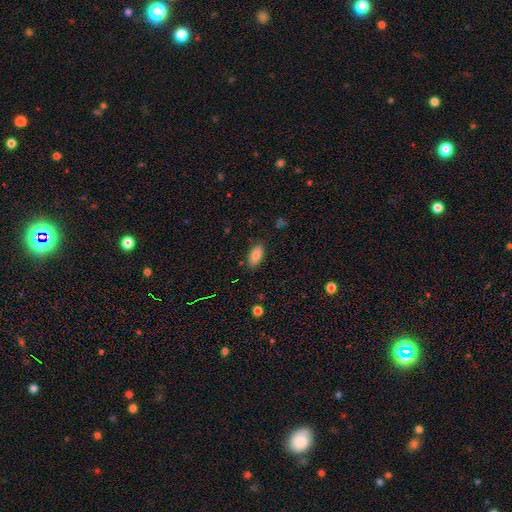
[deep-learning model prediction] smooth_or_featured: smooth (p=0.85) [alt: star or artifact p=0.08]
how_rounded: in between (p=0.91) [alt: cigar-shaped p=0.06]
merging: none (p=0.85) [alt: minor disturbance p=0.11]